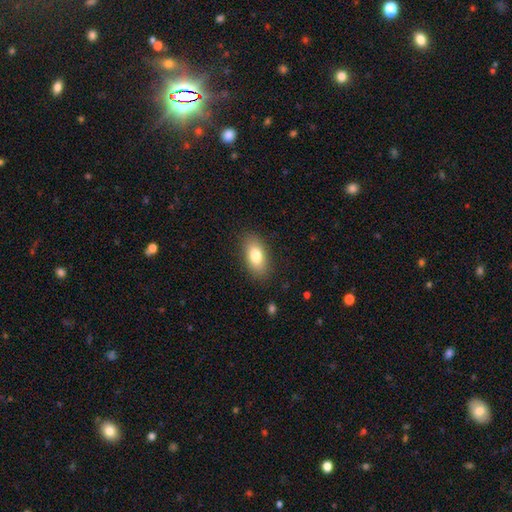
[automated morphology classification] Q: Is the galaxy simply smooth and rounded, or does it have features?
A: smooth — 80%.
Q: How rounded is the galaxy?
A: in between — 88%.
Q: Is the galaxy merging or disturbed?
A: none — 86%.